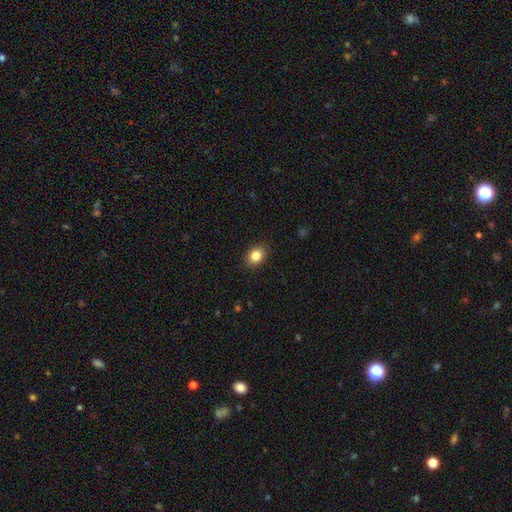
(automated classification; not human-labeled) A smooth galaxy with no disk features (85%) that is in between round and cigar-shaped (57%).

Vote fractions:
- Smooth or featured? smooth: 85% / star or artifact: 9% / featured or disk: 6%
- How rounded? in between: 57% / round: 42% / cigar-shaped: 1%
- Merging? none: 89% / minor disturbance: 8% / major disturbance: 2% / merger: 1%